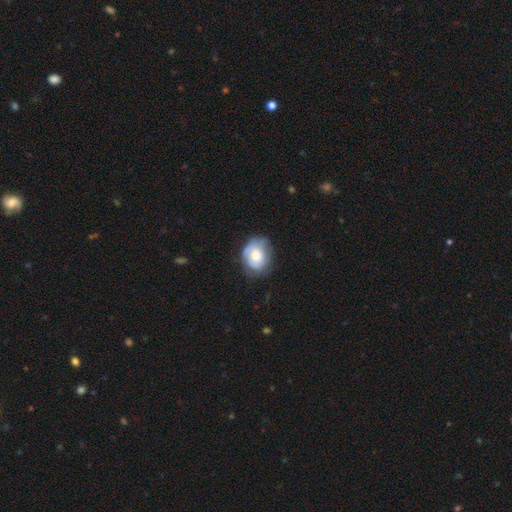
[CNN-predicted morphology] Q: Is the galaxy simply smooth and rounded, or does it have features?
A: smooth — 54%.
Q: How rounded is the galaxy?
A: round — 56%.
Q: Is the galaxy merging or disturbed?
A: none — 60%.